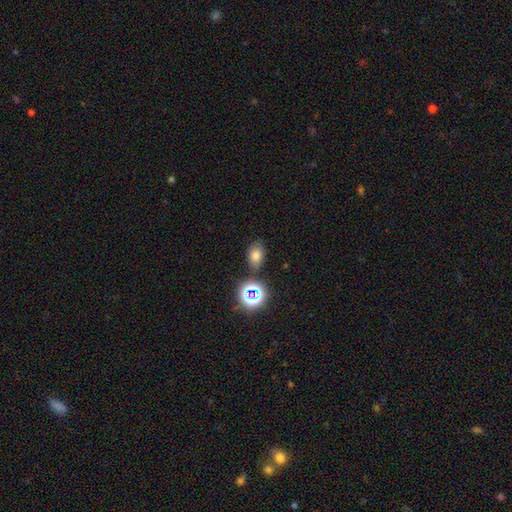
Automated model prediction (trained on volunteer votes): smooth_or_featured: smooth (p=0.72) [alt: star or artifact p=0.19]
how_rounded: in between (p=0.77) [alt: round p=0.22]
merging: none (p=0.77) [alt: minor disturbance p=0.14]